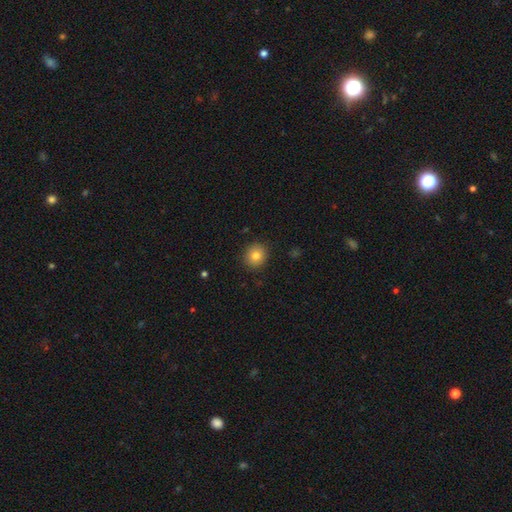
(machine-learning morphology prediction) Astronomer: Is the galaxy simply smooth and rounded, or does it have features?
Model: smooth — 80%.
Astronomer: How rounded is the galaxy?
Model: round — 88%.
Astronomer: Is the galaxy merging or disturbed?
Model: none — 90%.